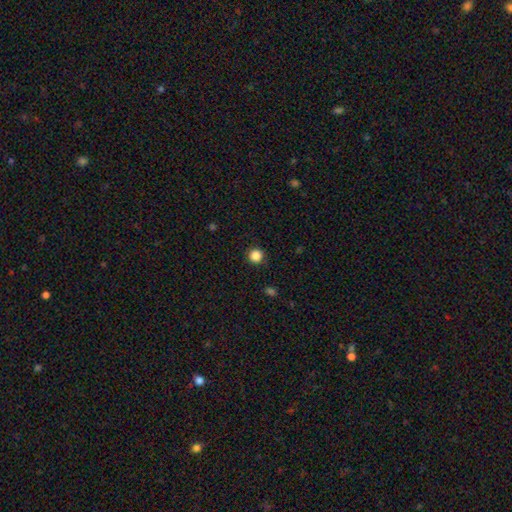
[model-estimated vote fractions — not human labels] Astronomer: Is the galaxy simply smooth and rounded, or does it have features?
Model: smooth — 86%.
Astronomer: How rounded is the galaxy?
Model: round — 96%.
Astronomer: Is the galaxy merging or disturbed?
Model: none — 92%.